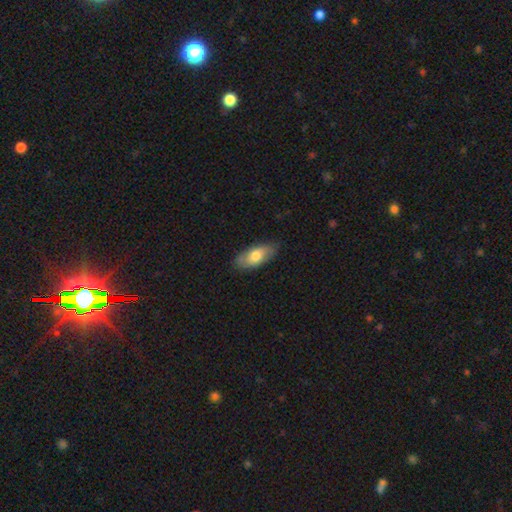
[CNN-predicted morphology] The model was most divided on "smooth or featured": smooth: 71%, featured or disk: 24%, star or artifact: 6%. More confident: how rounded — in between (88%); merging — none (82%).